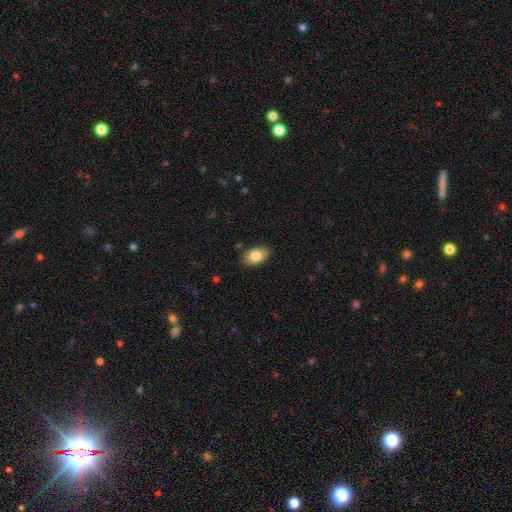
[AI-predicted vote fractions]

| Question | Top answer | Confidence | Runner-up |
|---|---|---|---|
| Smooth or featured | smooth | 81% | featured or disk (12%) |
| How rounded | in between | 92% | round (7%) |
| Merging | none | 86% | minor disturbance (11%) |